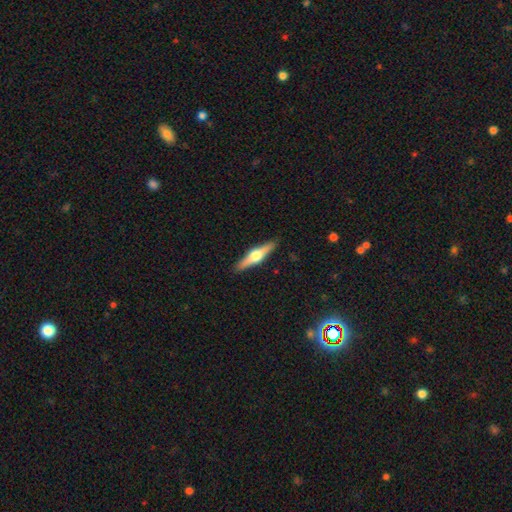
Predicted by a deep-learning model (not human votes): Smooth or featured?
  - featured or disk: 69% *
  - smooth: 26%
  - star or artifact: 5%
Edge-on disk?
  - yes: 98% *
  - no: 2%
Edge-on bulge?
  - rounded: 96% *
  - boxy: 3%
  - none: 1%
Merging?
  - none: 91% *
  - minor disturbance: 6%
  - major disturbance: 1%
  - merger: 1%